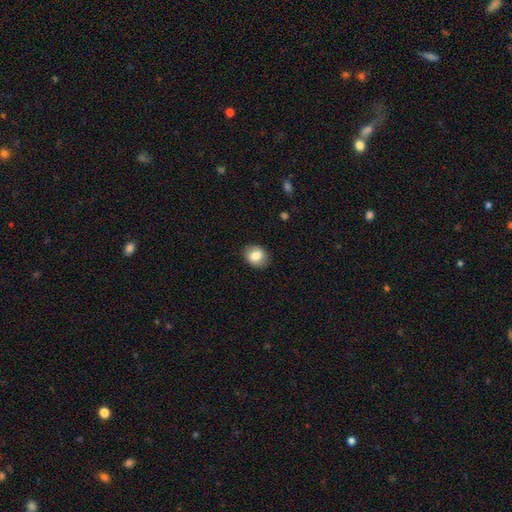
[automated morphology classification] The model was most divided on "how rounded": round: 51%, in between: 48%, cigar-shaped: 1%. More confident: merging — none (85%); smooth or featured — smooth (79%).